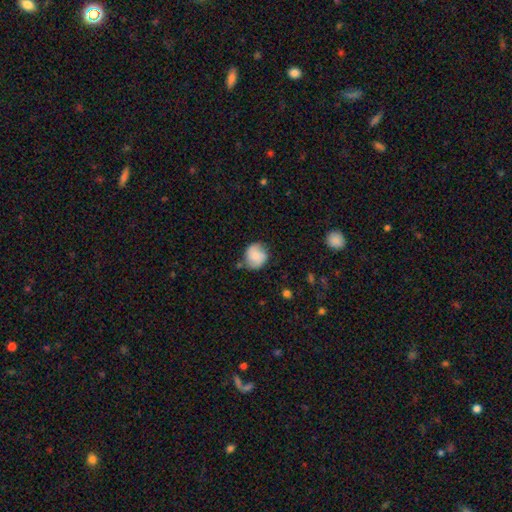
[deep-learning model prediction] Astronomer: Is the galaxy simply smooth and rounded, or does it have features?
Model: smooth — 66%.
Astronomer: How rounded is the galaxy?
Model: round — 82%.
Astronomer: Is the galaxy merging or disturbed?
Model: none — 70%.